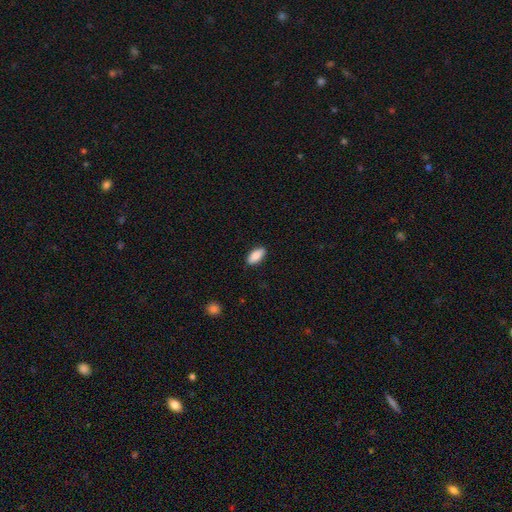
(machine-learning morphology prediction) Smooth or featured? Predicted: smooth (p=0.88). How rounded? Predicted: in between (p=0.90). Merging? Predicted: none (p=0.88).